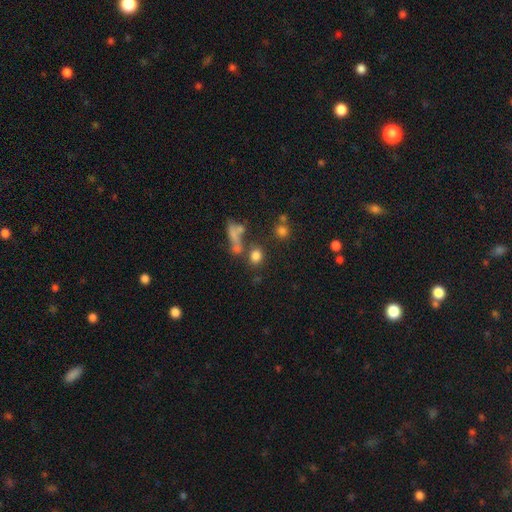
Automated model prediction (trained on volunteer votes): A smooth galaxy with no disk features (75%) that is round (61%).

Vote fractions:
- Smooth or featured? smooth: 75% / star or artifact: 16% / featured or disk: 9%
- How rounded? round: 61% / in between: 34% / cigar-shaped: 5%
- Merging? none: 62% / merger: 21% / minor disturbance: 10% / major disturbance: 7%